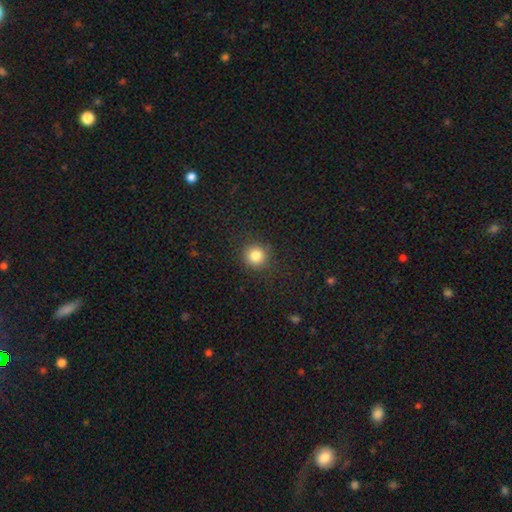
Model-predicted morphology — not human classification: Overall: smooth (83%). How rounded: round (93%). Merging: none (89%).